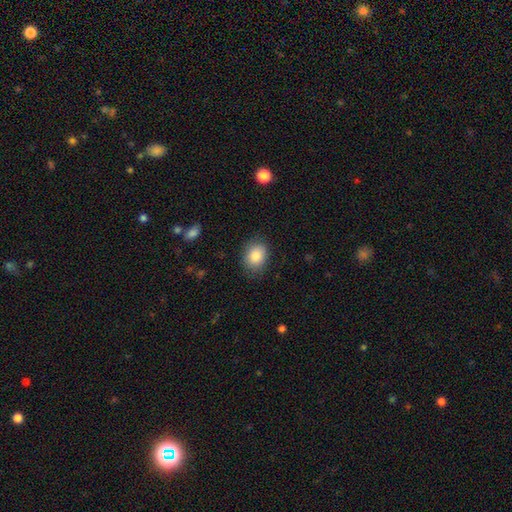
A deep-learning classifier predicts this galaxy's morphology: smooth-or-featured: smooth: 87% | star or artifact: 8% | featured or disk: 5%
  how-rounded: in between: 57% | round: 42% | cigar-shaped: 1%
  merging: none: 82% | minor disturbance: 13% | major disturbance: 4% | merger: 1%